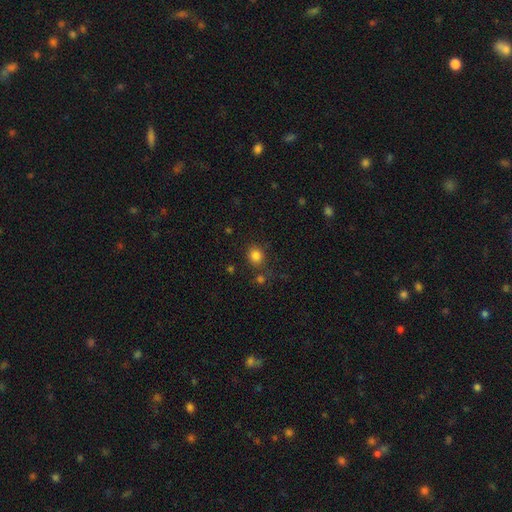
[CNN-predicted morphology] This is clearly a smooth galaxy (83%). How rounded: clearly round (80%). Merging: likely none (77%).